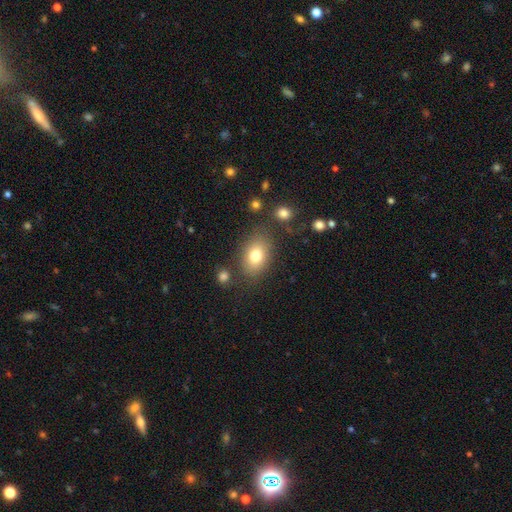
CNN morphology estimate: This is likely a smooth galaxy (78%). How rounded: likely in between (80%). Merging: likely none (77%).